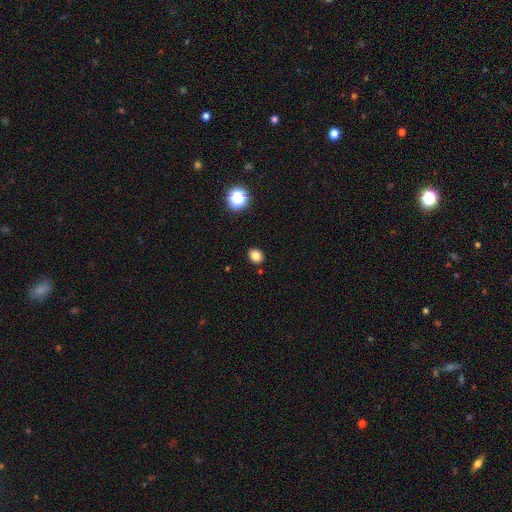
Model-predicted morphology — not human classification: Overall: smooth (82%). How rounded: round (57%; in between 42%). Merging: none (89%).